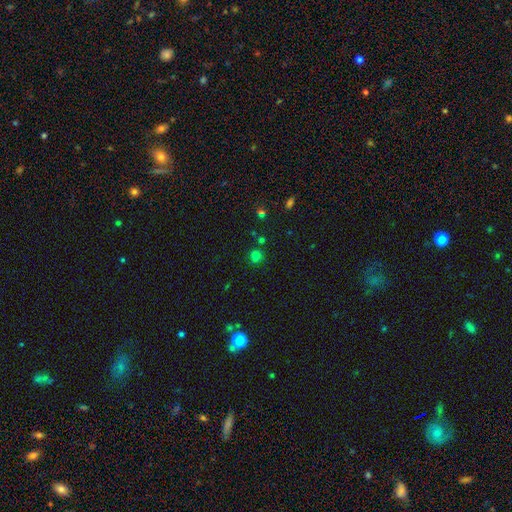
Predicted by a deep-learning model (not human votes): Smooth or featured? Predicted: smooth (p=0.70). How rounded? Predicted: round (p=0.89). Merging? Predicted: none (p=0.80).